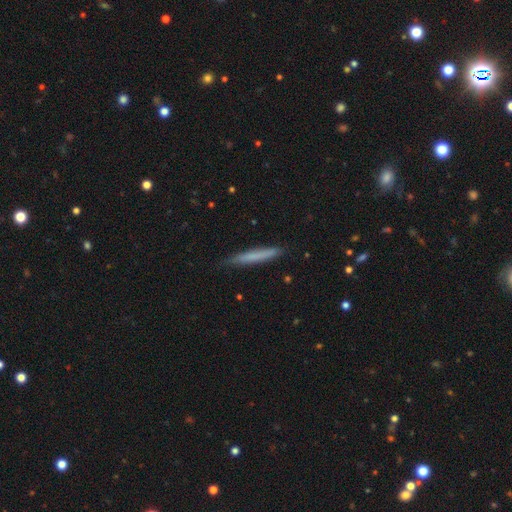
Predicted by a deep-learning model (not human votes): smooth 69%, featured or disk 24%, star or artifact 6%. Down the decision tree: how rounded — cigar-shaped (96%); merging — none (82%).